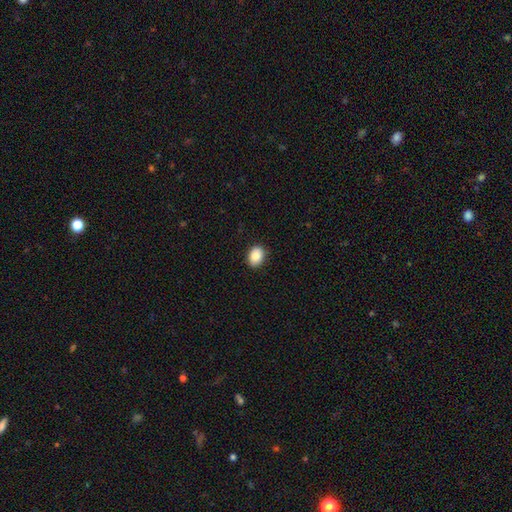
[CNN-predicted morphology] Smooth or featured? Predicted: smooth (p=0.87). How rounded? Predicted: in between (p=0.68). Merging? Predicted: none (p=0.88).